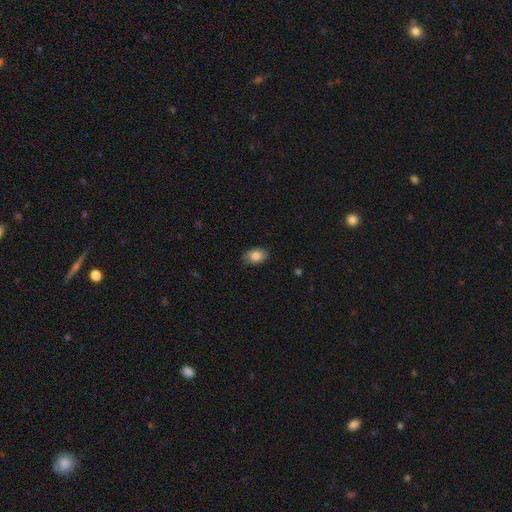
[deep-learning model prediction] smooth_or_featured: smooth (p=0.86) [alt: star or artifact p=0.08]
how_rounded: in between (p=0.81) [alt: round p=0.18]
merging: none (p=0.87) [alt: minor disturbance p=0.10]